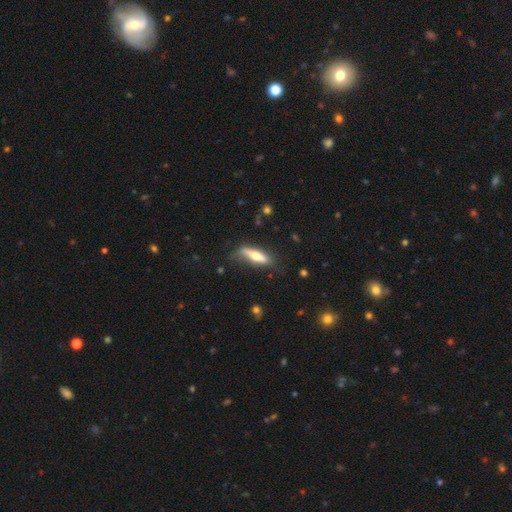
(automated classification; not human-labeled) Smooth or featured? smooth (51%)
How rounded? cigar-shaped (65%)
Merging? none (60%)